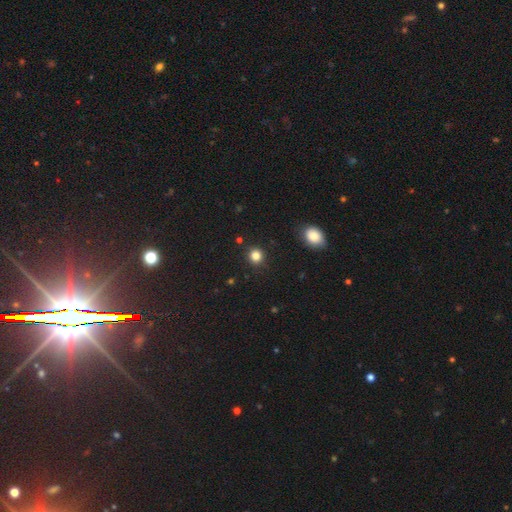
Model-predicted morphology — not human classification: The model was most divided on "smooth or featured": smooth: 83%, star or artifact: 13%, featured or disk: 4%. More confident: merging — none (90%); how rounded — round (88%).